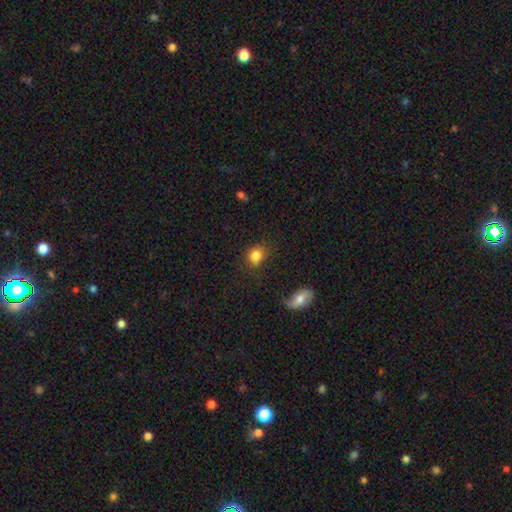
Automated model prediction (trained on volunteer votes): This is clearly a smooth galaxy (84%). How rounded: likely round (63%). Merging: likely none (75%).